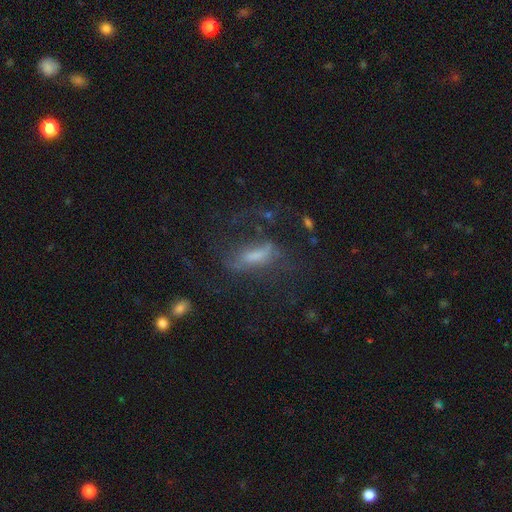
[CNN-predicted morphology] smooth_or_featured: featured or disk (p=0.52) [alt: smooth p=0.32]
disk_edge_on: no (p=0.79) [alt: yes p=0.21]
merging: none (p=0.41) [alt: major disturbance p=0.36]